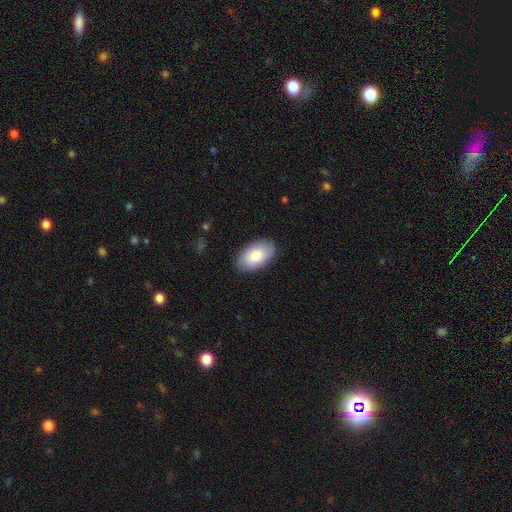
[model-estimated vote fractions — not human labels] Smooth or featured? Predicted: smooth (p=0.85). How rounded? Predicted: in between (p=0.95). Merging? Predicted: none (p=0.87).